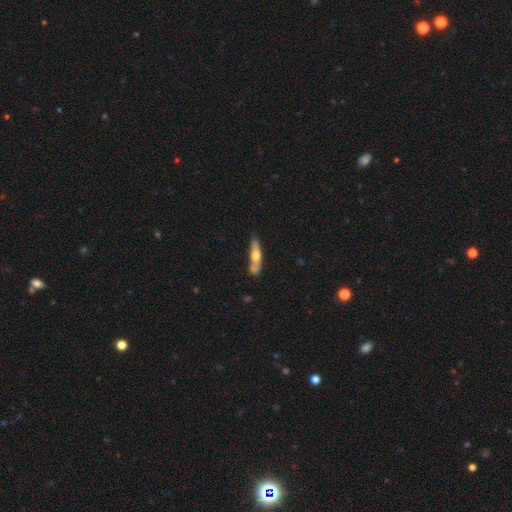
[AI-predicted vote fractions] smooth_or_featured: smooth (p=0.55) [alt: featured or disk p=0.40]
how_rounded: cigar-shaped (p=0.74) [alt: in between p=0.24]
merging: none (p=0.64) [alt: minor disturbance p=0.20]